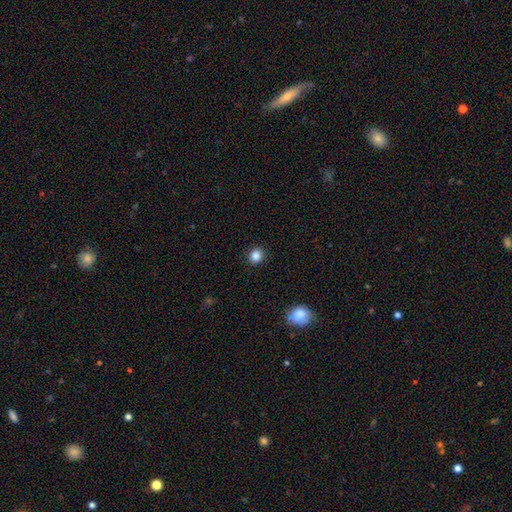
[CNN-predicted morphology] Smooth or featured?
  - smooth: 86% *
  - star or artifact: 11%
  - featured or disk: 3%
How rounded?
  - round: 76% *
  - in between: 23%
  - cigar-shaped: 1%
Merging?
  - none: 91% *
  - minor disturbance: 6%
  - major disturbance: 2%
  - merger: 1%